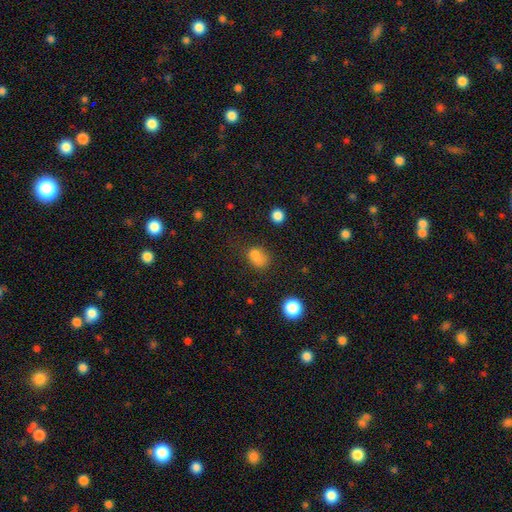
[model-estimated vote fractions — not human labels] Morphology: type=smooth (78%); roundness=in between (57%); merging=none (47%).